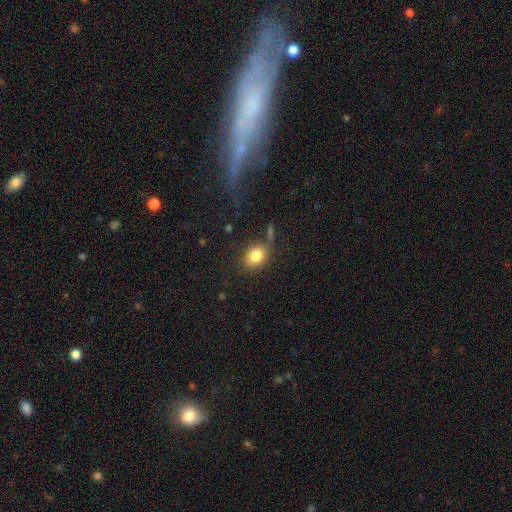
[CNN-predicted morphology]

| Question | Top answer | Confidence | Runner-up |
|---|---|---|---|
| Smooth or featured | smooth | 83% | star or artifact (10%) |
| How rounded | in between | 55% | round (44%) |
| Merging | none | 74% | minor disturbance (15%) |